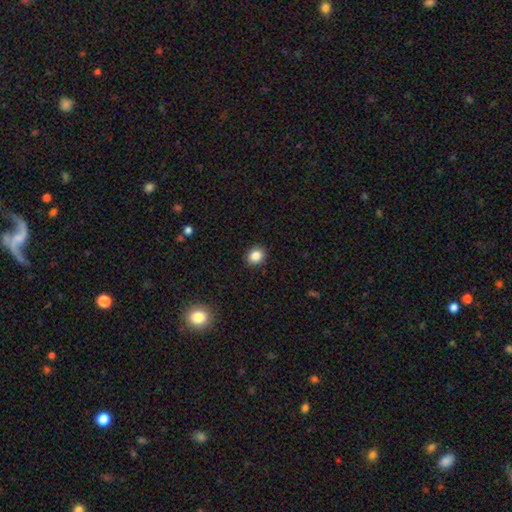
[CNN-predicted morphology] smooth 85%, star or artifact 11%, featured or disk 5%. Down the decision tree: how rounded — round (68%); merging — none (91%).